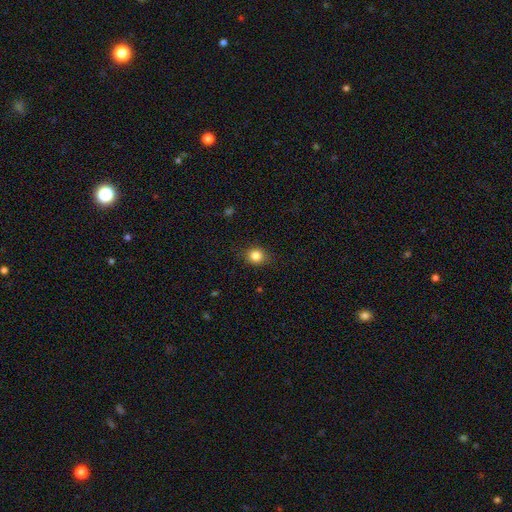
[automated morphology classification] Q: Smooth or featured?
A: smooth (83%); runner-up: star or artifact (11%)
Q: How rounded?
A: round (78%); runner-up: in between (21%)
Q: Merging?
A: none (86%); runner-up: minor disturbance (10%)